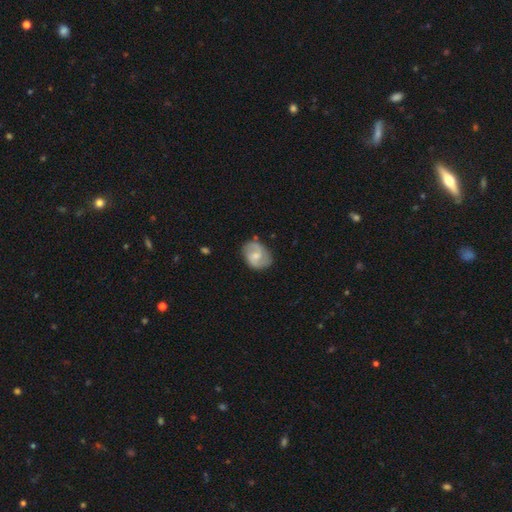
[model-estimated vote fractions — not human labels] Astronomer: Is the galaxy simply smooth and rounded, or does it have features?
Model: featured or disk — 62%.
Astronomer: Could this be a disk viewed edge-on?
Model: no — 97%.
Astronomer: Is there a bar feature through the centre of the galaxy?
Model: weak — 51% (runner-up: no, 40%).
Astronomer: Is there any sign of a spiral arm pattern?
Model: yes — 88%.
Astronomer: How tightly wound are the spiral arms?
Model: medium — 48% (runner-up: loose, 30%).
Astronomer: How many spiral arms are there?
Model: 2 — 83%.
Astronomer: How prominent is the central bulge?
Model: moderate — 45% (runner-up: small, 41%).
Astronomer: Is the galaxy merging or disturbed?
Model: none — 72%.